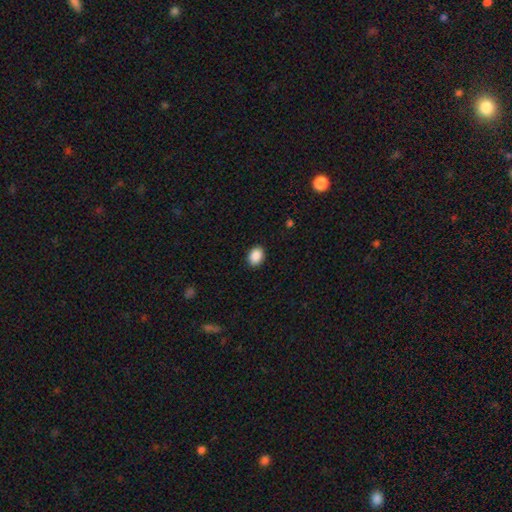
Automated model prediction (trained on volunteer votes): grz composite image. It shows a smooth galaxy with no disk features (90%) that is in between round and cigar-shaped (66%). Merging: none (90%).